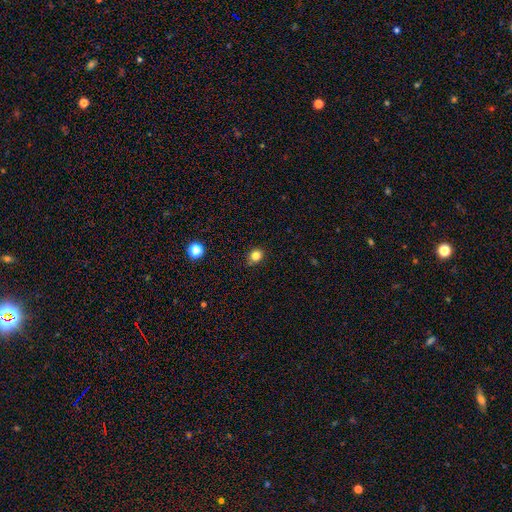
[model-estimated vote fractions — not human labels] A smooth galaxy with no disk features (82%) that is round (72%).

Vote fractions:
- Smooth or featured? smooth: 82% / star or artifact: 13% / featured or disk: 5%
- How rounded? round: 72% / in between: 27% / cigar-shaped: 1%
- Merging? none: 85% / minor disturbance: 11% / major disturbance: 2% / merger: 1%